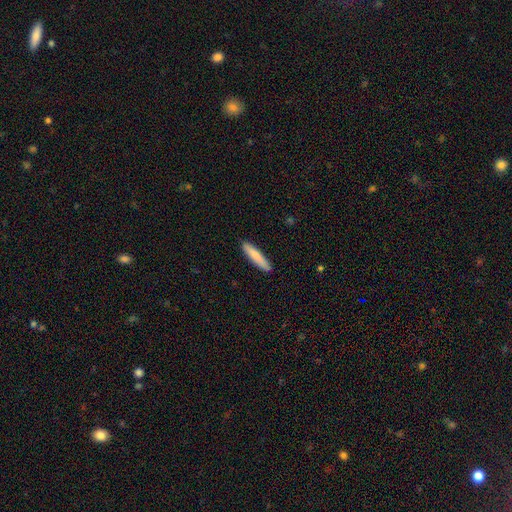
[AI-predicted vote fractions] smooth 83%, featured or disk 11%, star or artifact 5%. Down the decision tree: how rounded — cigar-shaped (87%); merging — none (90%).